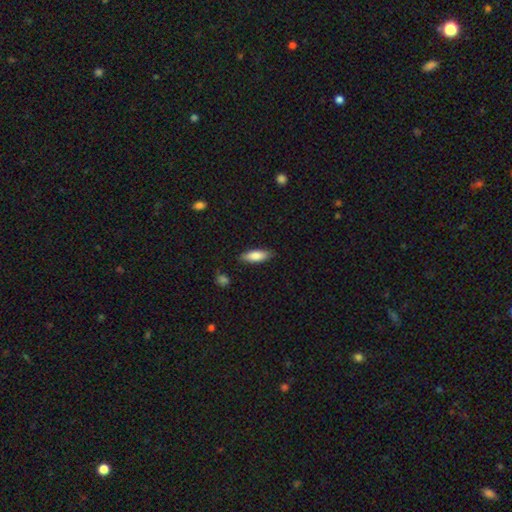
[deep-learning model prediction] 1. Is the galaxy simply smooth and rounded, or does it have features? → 83% smooth, 11% featured or disk, 6% star or artifact.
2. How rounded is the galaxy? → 62% in between, 36% cigar-shaped, 2% round.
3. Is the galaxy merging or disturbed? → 84% none, 12% minor disturbance, 2% major disturbance, 1% merger.